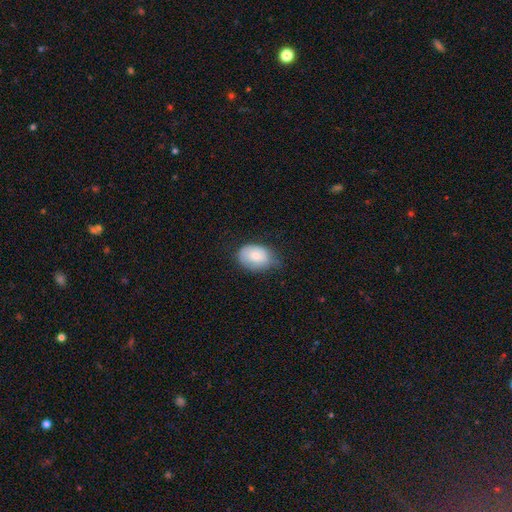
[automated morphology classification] type=smooth (78%); roundness=in between (79%); merging=none (51%).